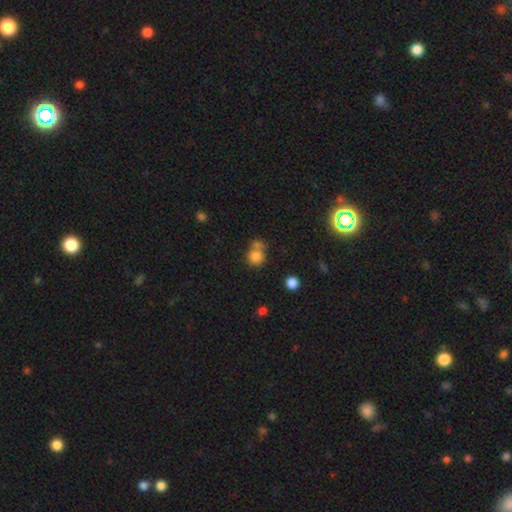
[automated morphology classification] A smooth galaxy with no disk features (80%) that is round (84%).

Vote fractions:
- Smooth or featured? smooth: 80% / star or artifact: 13% / featured or disk: 7%
- How rounded? round: 84% / in between: 15% / cigar-shaped: 1%
- Merging? none: 46% / merger: 38% / minor disturbance: 11% / major disturbance: 5%